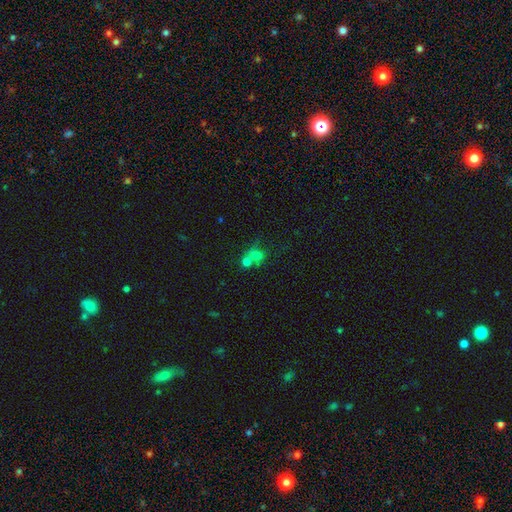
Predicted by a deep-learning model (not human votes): Overall: smooth (67%). How rounded: round (73%). Merging: merger (51%; none 34%).